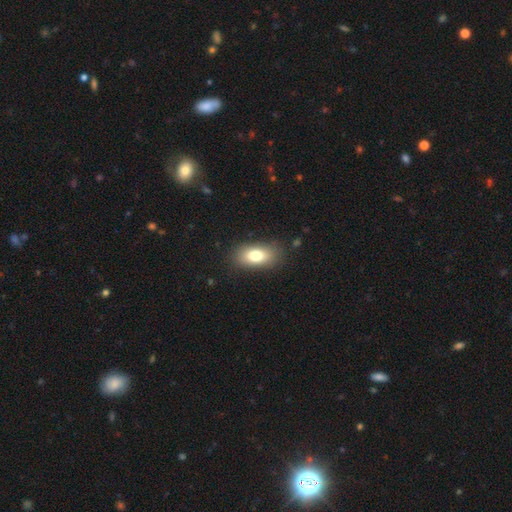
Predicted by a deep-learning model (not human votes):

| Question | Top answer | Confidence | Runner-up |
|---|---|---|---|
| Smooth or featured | smooth | 78% | featured or disk (13%) |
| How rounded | in between | 88% | round (8%) |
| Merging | none | 85% | minor disturbance (11%) |